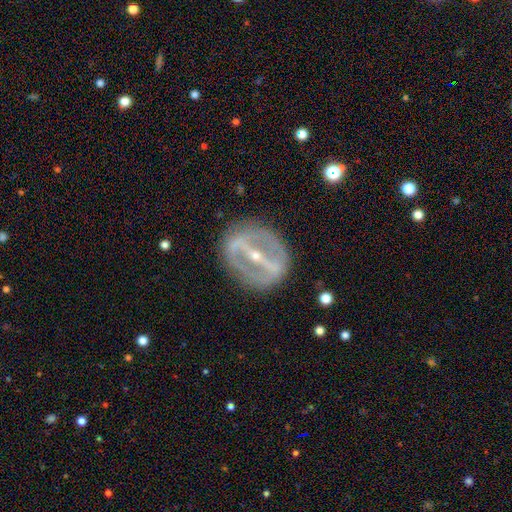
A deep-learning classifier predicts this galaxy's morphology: type=featured or disk (85%); edge-on=no (81%); bar=strong (85%); spiral arms=no (69%); bulge=small (71%); merging=none (83%).